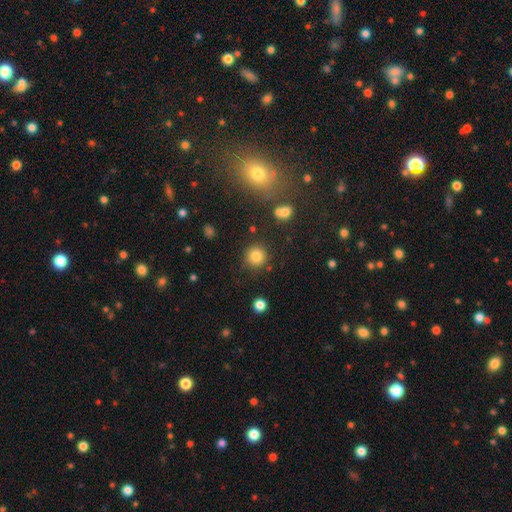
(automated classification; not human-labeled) Smooth or featured? smooth (82%)
How rounded? round (93%)
Merging? none (85%)